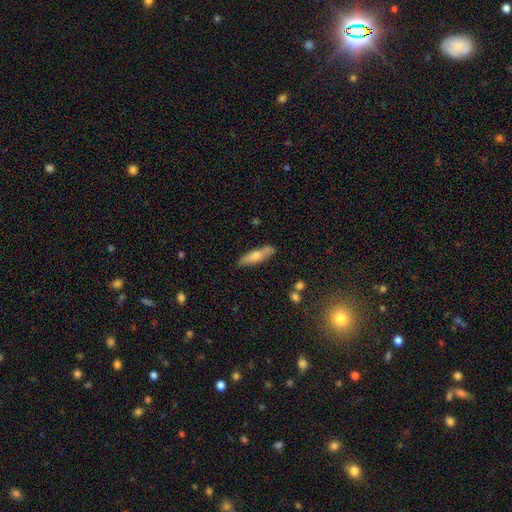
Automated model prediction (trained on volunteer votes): A smooth galaxy with no disk features (60%) that is cigar-shaped (73%). Merging: none (82%).